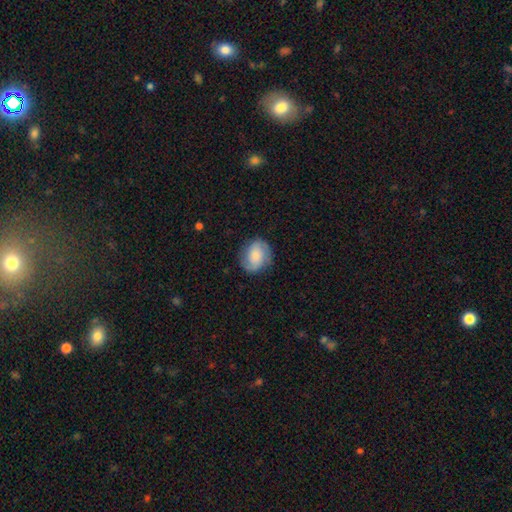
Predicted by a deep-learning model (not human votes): Morphology: type=smooth (47%); merging=none (80%).